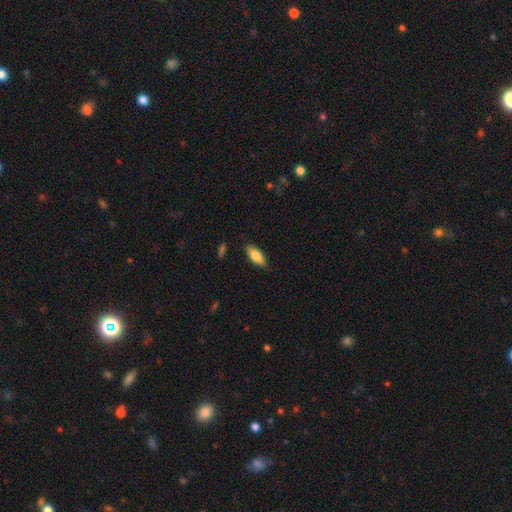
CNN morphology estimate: Overall: smooth (80%). How rounded: in between (79%). Merging: none (84%).